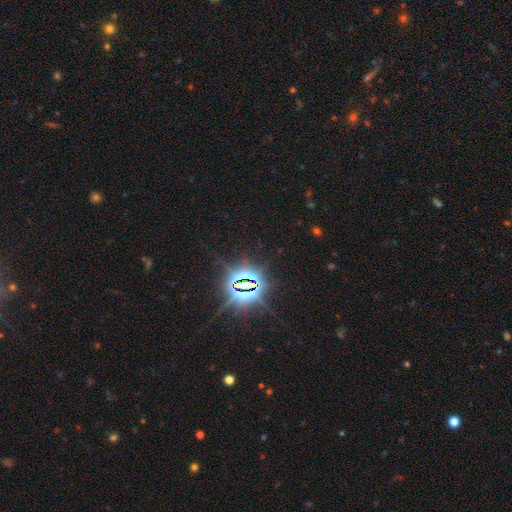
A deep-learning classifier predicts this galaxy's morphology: Smooth or featured?
  - star or artifact: 84% *
  - smooth: 9%
  - featured or disk: 7%